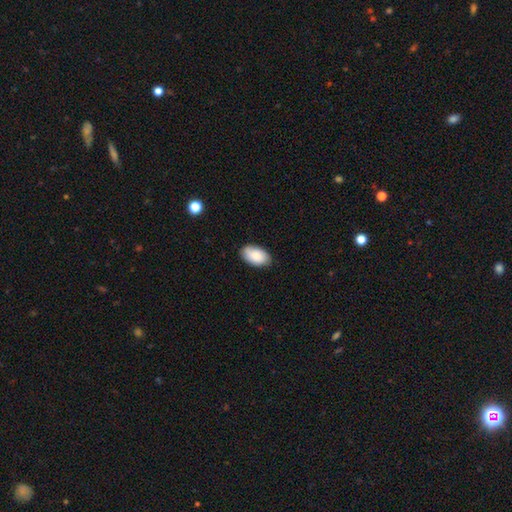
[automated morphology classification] type=smooth (85%); roundness=in between (94%); merging=none (83%).